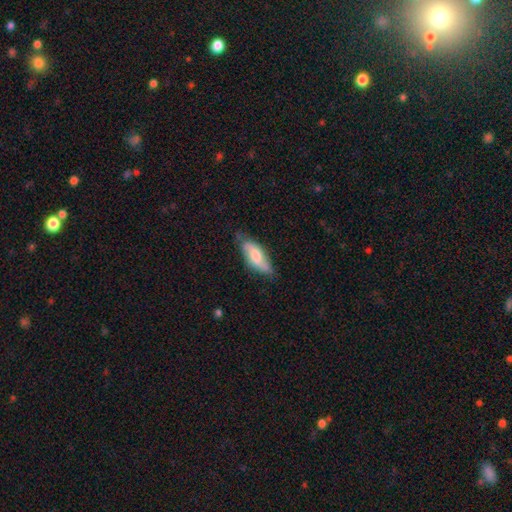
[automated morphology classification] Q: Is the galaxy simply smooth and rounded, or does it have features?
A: smooth — 51%.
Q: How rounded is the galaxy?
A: in between — 73%.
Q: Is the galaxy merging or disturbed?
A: none — 67%.